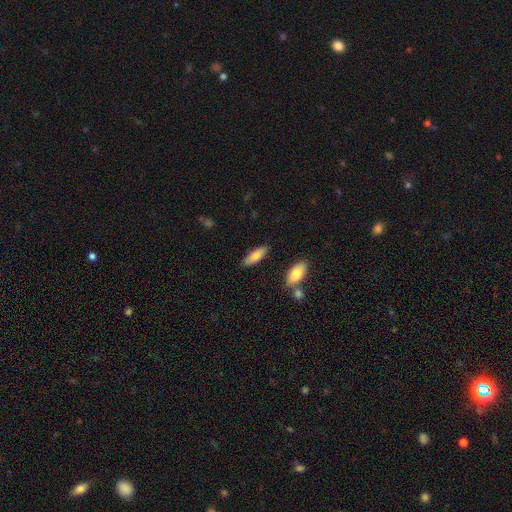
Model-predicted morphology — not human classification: smooth_or_featured: smooth (p=0.79) [alt: featured or disk p=0.15]
how_rounded: in between (p=0.60) [alt: cigar-shaped p=0.39]
merging: none (p=0.83) [alt: minor disturbance p=0.11]